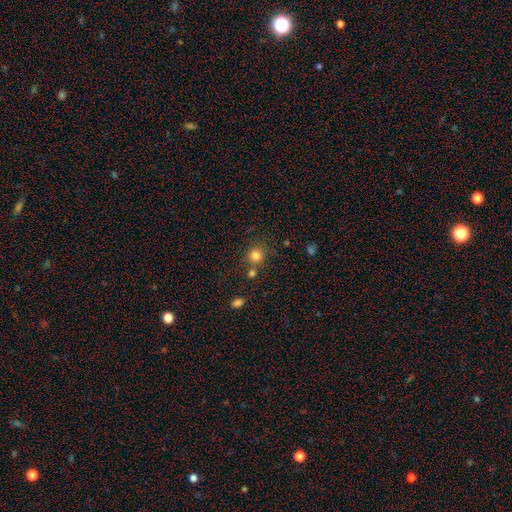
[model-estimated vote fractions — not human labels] Smooth or featured? smooth (81%)
How rounded? round (88%)
Merging? none (70%)